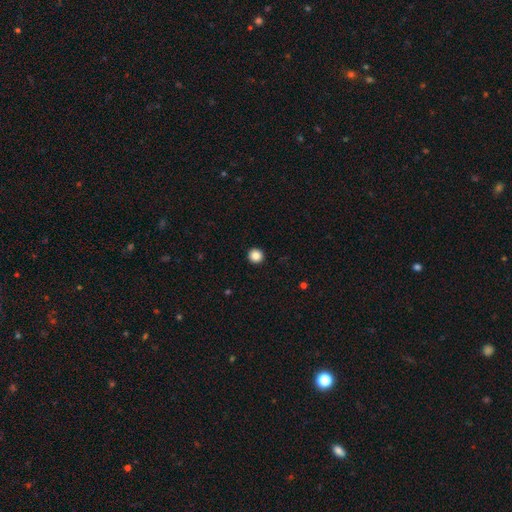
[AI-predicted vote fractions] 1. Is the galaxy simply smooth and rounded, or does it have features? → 86% smooth, 10% star or artifact, 3% featured or disk.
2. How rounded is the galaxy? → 96% round, 3% in between, 1% cigar-shaped.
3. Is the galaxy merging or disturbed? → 94% none, 4% minor disturbance, 1% major disturbance, 1% merger.